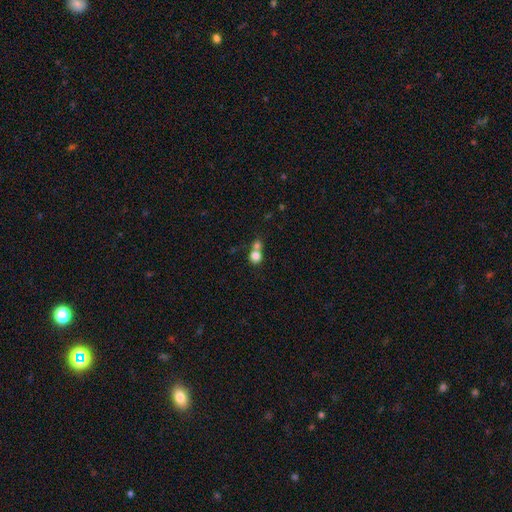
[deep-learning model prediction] smooth_or_featured: smooth (p=0.80) [alt: star or artifact p=0.11]
how_rounded: round (p=0.84) [alt: in between p=0.15]
merging: merger (p=0.53) [alt: none p=0.38]